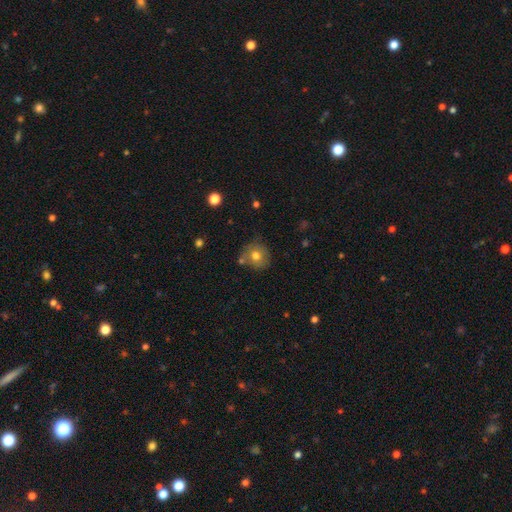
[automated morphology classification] Overall: smooth (72%). How rounded: round (86%). Merging: none (67%).